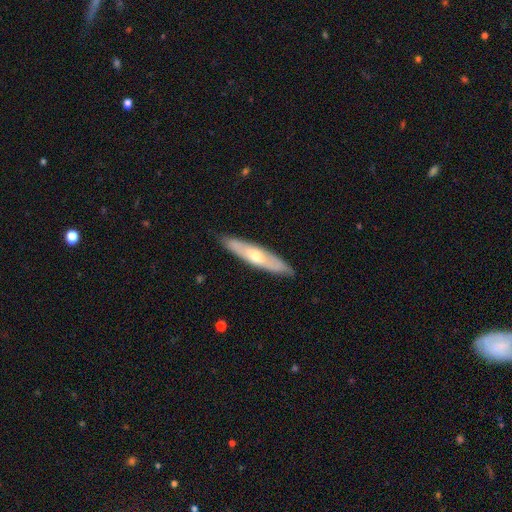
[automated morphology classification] smooth-or-featured: featured or disk: 57% | smooth: 38% | star or artifact: 6%
  disk-edge-on: yes: 64% | no: 36%
  merging: none: 87% | minor disturbance: 10% | major disturbance: 2% | merger: 1%